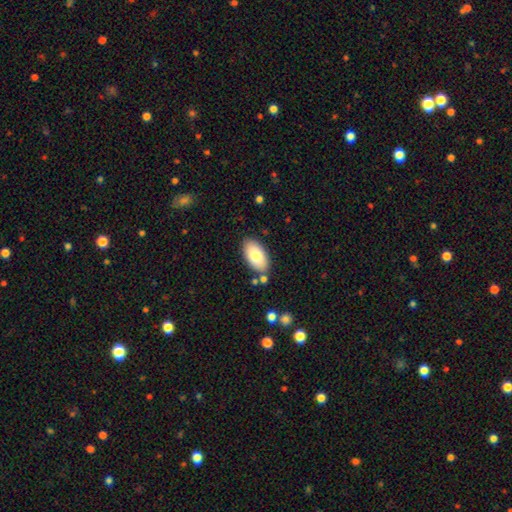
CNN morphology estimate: The model was most divided on "smooth or featured": smooth: 80%, featured or disk: 14%, star or artifact: 6%. More confident: how rounded — in between (95%); merging — none (82%).